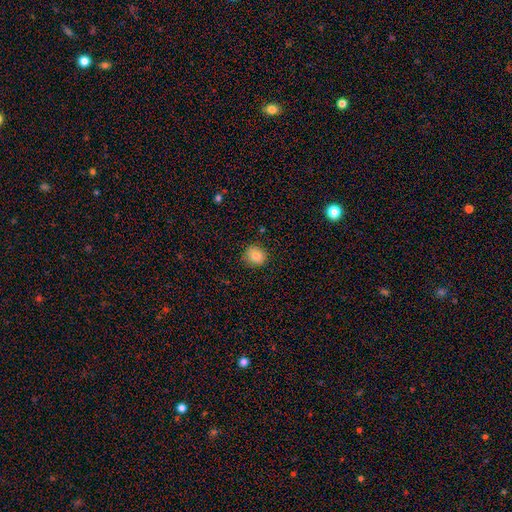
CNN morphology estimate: Overall: smooth (83%). How rounded: round (81%). Merging: none (86%).